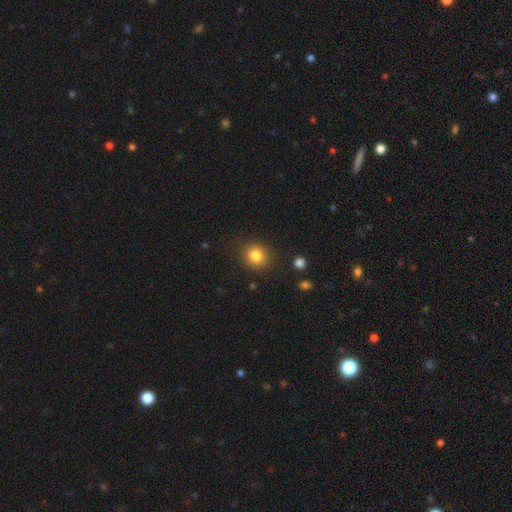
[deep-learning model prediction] A smooth galaxy with no disk features (84%) that is round (84%). Merging: none (87%).